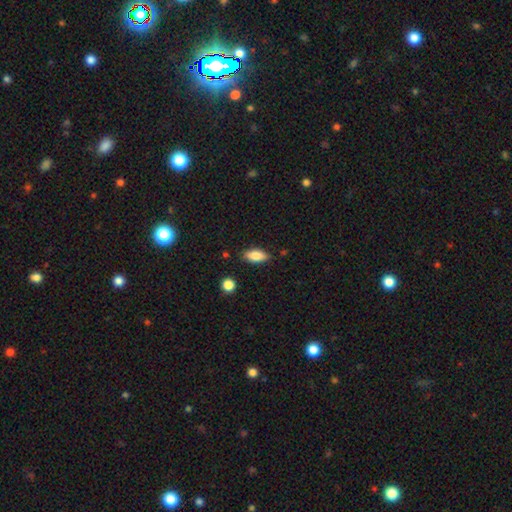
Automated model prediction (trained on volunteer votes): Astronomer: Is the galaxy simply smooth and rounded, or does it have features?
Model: smooth — 75%.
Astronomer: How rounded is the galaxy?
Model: in between — 83%.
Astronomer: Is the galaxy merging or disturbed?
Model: none — 85%.